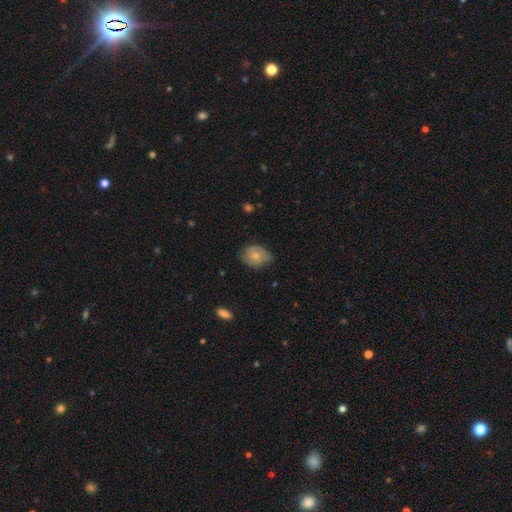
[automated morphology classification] Overall: smooth (69%). How rounded: in between (52%; round 47%). Merging: none (51%; minor disturbance 39%).